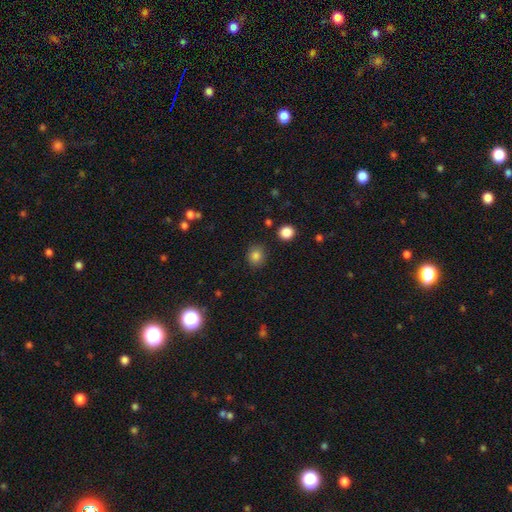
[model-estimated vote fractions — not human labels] Smooth or featured?
  - smooth: 83% *
  - star or artifact: 12%
  - featured or disk: 5%
How rounded?
  - round: 80% *
  - in between: 19%
  - cigar-shaped: 1%
Merging?
  - none: 88% *
  - minor disturbance: 8%
  - major disturbance: 2%
  - merger: 2%